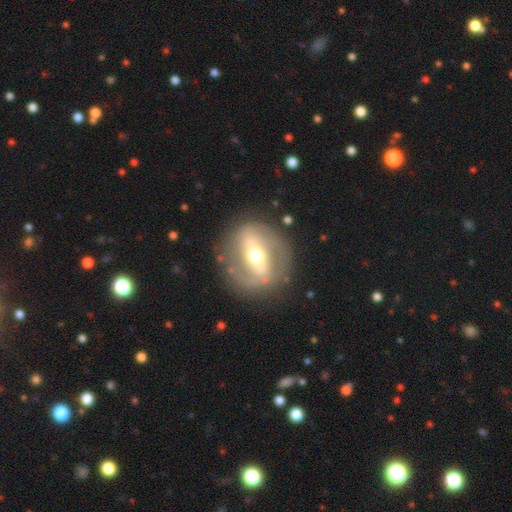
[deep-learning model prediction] Smooth or featured? featured or disk (75%)
Edge-on disk? no (92%)
Bar? strong (60%)
Spiral arms? yes (57%)
Bulge size? moderate (69%)
Merging? none (81%)